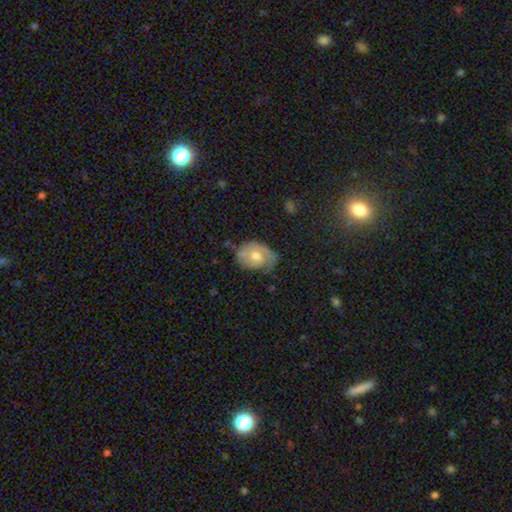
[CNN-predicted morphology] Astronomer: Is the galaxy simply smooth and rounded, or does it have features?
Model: featured or disk — 50% (runner-up: smooth, 42%).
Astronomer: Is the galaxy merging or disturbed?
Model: none — 53% (runner-up: minor disturbance, 33%).